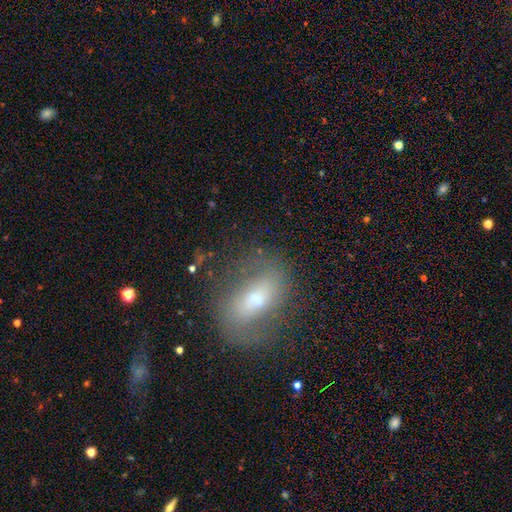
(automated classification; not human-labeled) Overall: featured or disk (55%; smooth 32%). Edge-on disk: no (88%). Merging: none (71%).